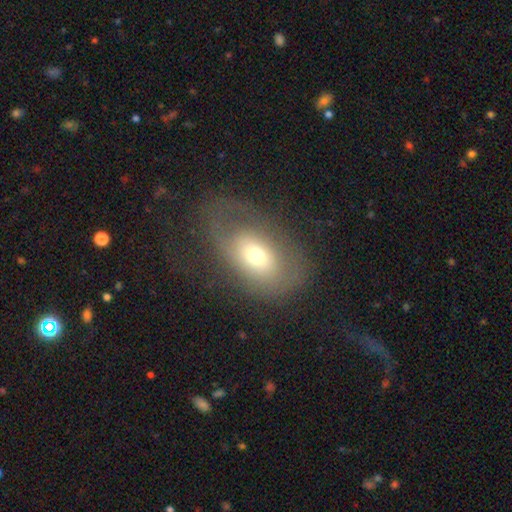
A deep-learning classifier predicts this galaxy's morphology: Q: Smooth or featured?
A: smooth (56%); runner-up: featured or disk (34%)
Q: How rounded?
A: in between (82%); runner-up: round (17%)
Q: Merging?
A: none (51%); runner-up: major disturbance (26%)